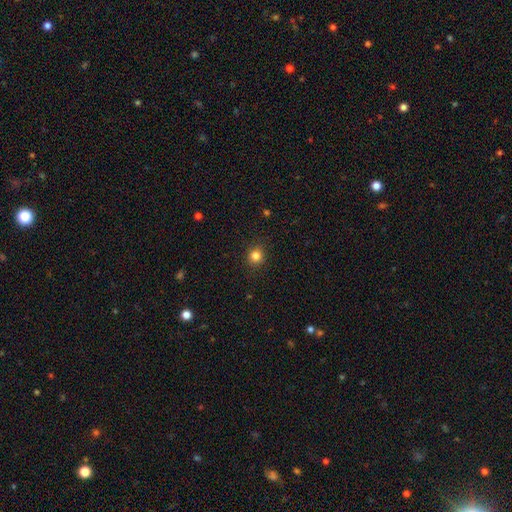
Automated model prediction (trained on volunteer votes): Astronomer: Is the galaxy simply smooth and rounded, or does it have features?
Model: smooth — 83%.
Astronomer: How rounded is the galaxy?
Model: round — 90%.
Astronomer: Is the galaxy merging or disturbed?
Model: none — 90%.